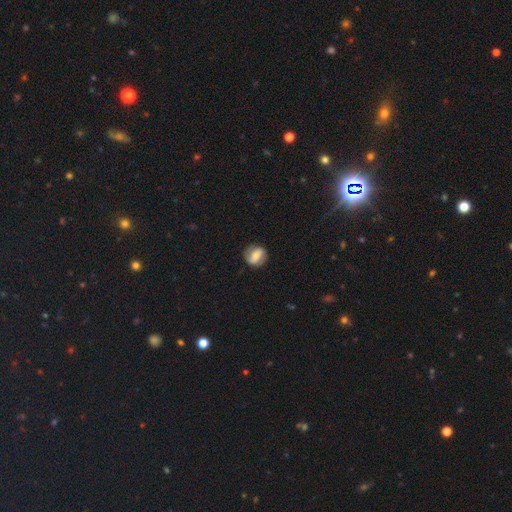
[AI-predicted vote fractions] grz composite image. It shows a featured or disk galaxy (46%, tied with smooth). Merging: none (78%).